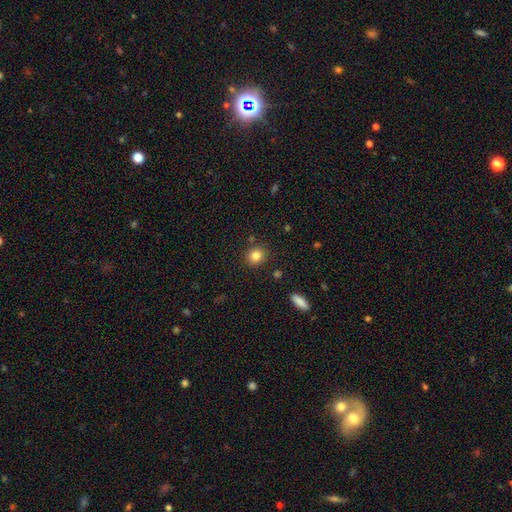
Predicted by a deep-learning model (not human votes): A smooth galaxy with no disk features (84%) that is round (76%).

Vote fractions:
- Smooth or featured? smooth: 84% / star or artifact: 11% / featured or disk: 5%
- How rounded? round: 76% / in between: 23% / cigar-shaped: 1%
- Merging? none: 86% / minor disturbance: 8% / merger: 3% / major disturbance: 3%